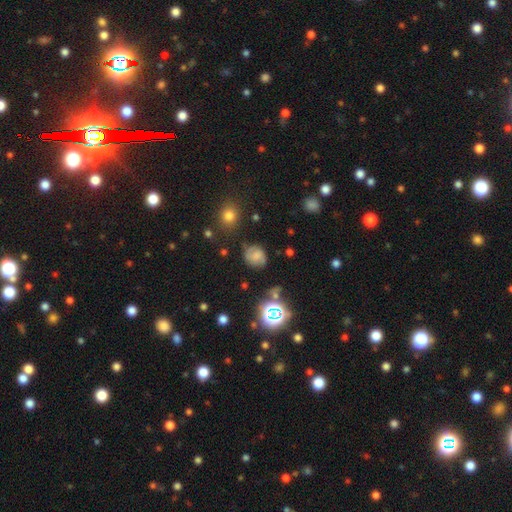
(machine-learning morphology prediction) smooth-or-featured: smooth: 55% | featured or disk: 27% | star or artifact: 17%
  how-rounded: round: 71% | in between: 28% | cigar-shaped: 1%
  merging: none: 69% | minor disturbance: 21% | major disturbance: 8% | merger: 3%